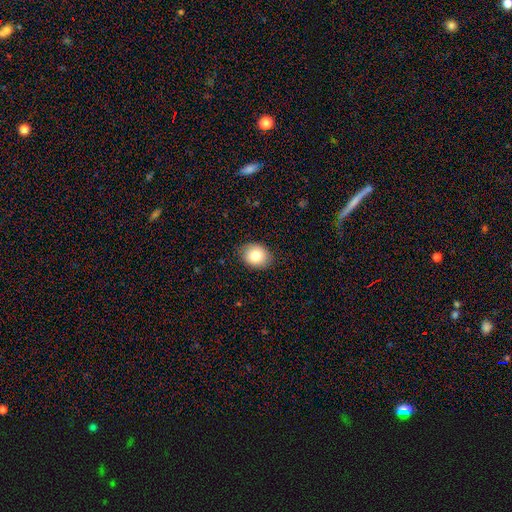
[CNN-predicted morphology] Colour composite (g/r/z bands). It shows a smooth galaxy with no disk features (81%) that is round (54%). Merging: none (86%).